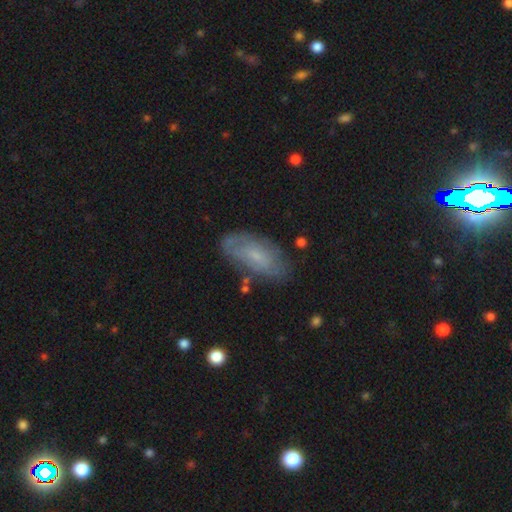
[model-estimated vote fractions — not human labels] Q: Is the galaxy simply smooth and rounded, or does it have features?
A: smooth — 46%.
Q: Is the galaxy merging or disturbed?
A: none — 71%.